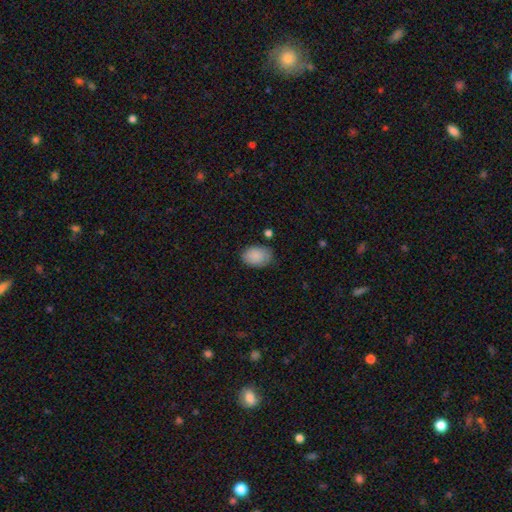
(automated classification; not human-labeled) The model was most divided on "how rounded": in between: 79%, round: 20%, cigar-shaped: 1%. More confident: smooth or featured — smooth (89%); merging — none (77%).